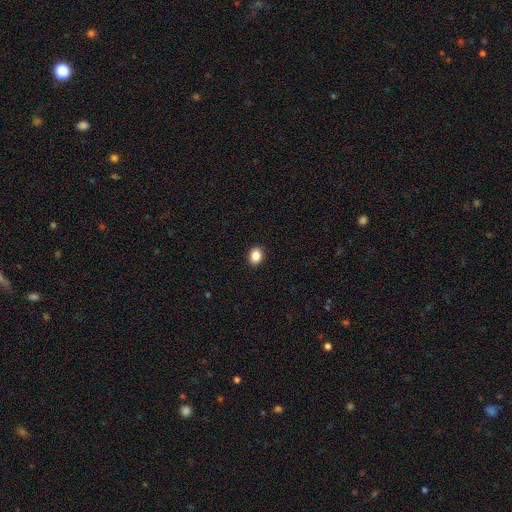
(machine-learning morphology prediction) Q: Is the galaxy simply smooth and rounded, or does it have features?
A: smooth — 87%.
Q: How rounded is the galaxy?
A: round — 51%.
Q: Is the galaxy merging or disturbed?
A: none — 92%.